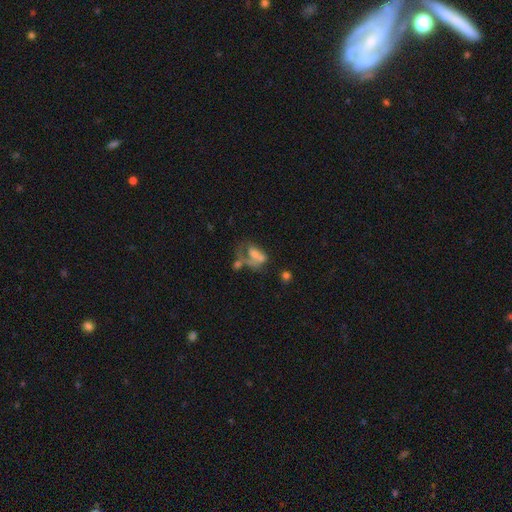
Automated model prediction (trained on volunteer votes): This is marginally a smooth galaxy (44%). Merging: marginally merger (42%).